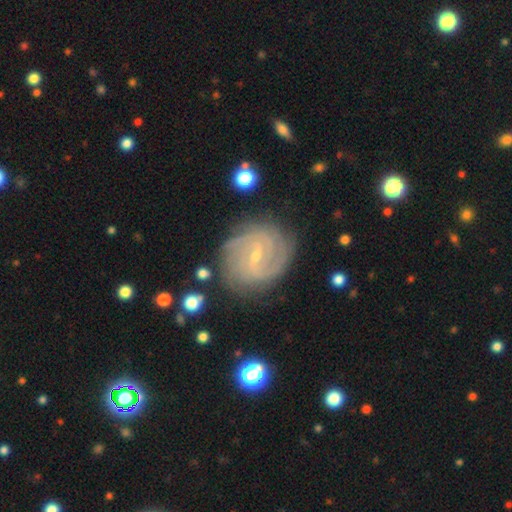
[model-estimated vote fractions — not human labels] Q: Smooth or featured?
A: featured or disk (86%); runner-up: smooth (8%)
Q: Edge-on disk?
A: no (97%); runner-up: yes (3%)
Q: Bar?
A: weak (54%); runner-up: no (24%)
Q: Spiral arms?
A: yes (96%); runner-up: no (4%)
Q: Spiral winding?
A: tight (64%); runner-up: medium (29%)
Q: Spiral arm count?
A: 2 (30%); runner-up: can't tell (26%)
Q: Bulge size?
A: small (79%); runner-up: moderate (18%)
Q: Merging?
A: none (81%); runner-up: minor disturbance (13%)